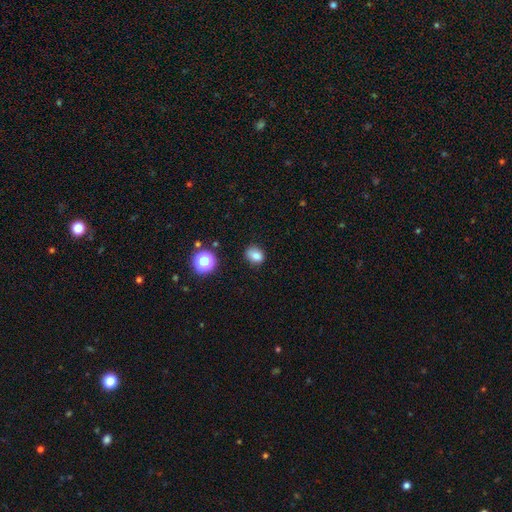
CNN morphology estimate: Smooth or featured? Predicted: smooth (p=0.80). How rounded? Predicted: in between (p=0.55). Merging? Predicted: none (p=0.72).